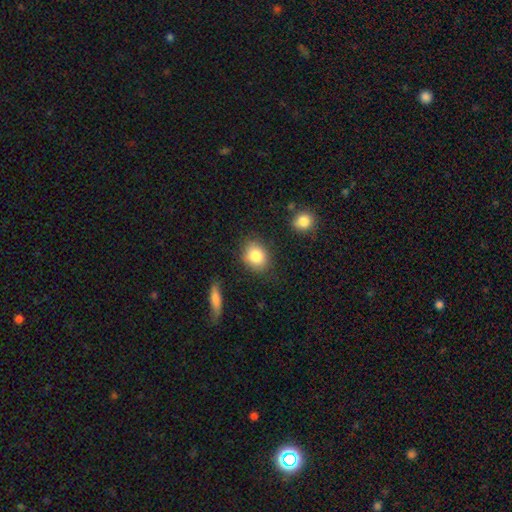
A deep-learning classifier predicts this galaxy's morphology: Smooth or featured?
  - smooth: 83% *
  - star or artifact: 8%
  - featured or disk: 8%
How rounded?
  - round: 54% *
  - in between: 45%
  - cigar-shaped: 1%
Merging?
  - none: 80% *
  - minor disturbance: 13%
  - major disturbance: 3%
  - merger: 3%